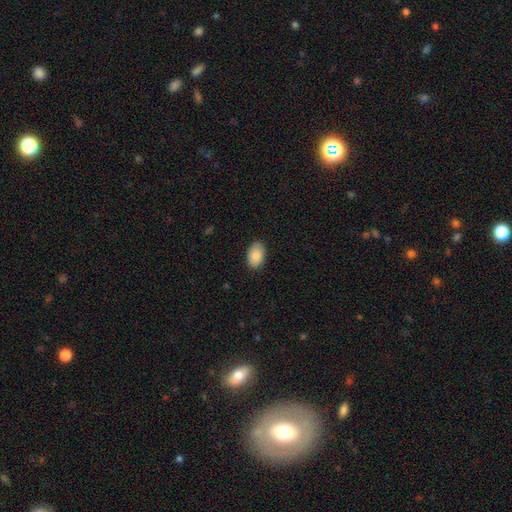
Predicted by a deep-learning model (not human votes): smooth 88%, star or artifact 7%, featured or disk 6%. Down the decision tree: how rounded — in between (91%); merging — none (88%).